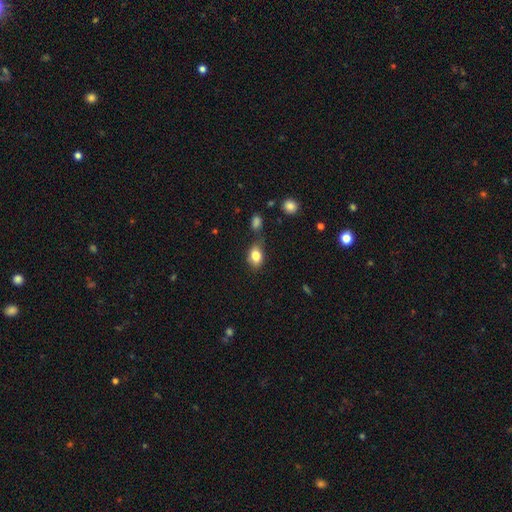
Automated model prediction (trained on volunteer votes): smooth_or_featured: smooth (p=0.80) [alt: featured or disk p=0.10]
how_rounded: in between (p=0.77) [alt: round p=0.21]
merging: none (p=0.63) [alt: minor disturbance p=0.23]